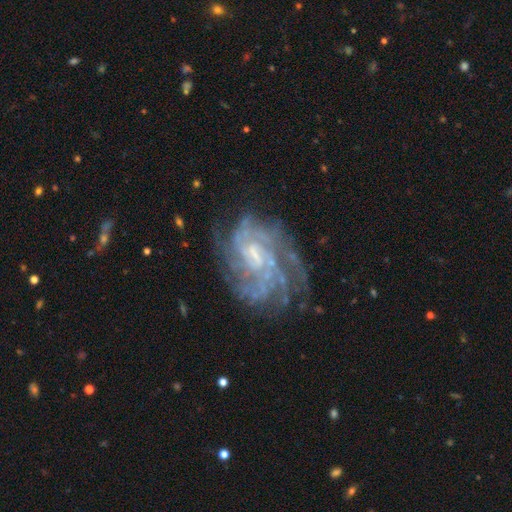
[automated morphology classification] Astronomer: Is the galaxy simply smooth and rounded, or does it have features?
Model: featured or disk — 84%.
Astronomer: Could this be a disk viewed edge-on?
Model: no — 97%.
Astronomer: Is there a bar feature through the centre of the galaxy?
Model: no — 45% (runner-up: weak, 44%).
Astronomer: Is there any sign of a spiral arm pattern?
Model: yes — 92%.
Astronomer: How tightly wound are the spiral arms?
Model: tight — 56% (runner-up: medium, 34%).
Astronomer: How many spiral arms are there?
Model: can't tell — 40% (runner-up: 4, 18%).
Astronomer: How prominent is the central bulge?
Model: small — 44% (runner-up: moderate, 27%).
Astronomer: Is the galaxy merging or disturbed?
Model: none — 62%.